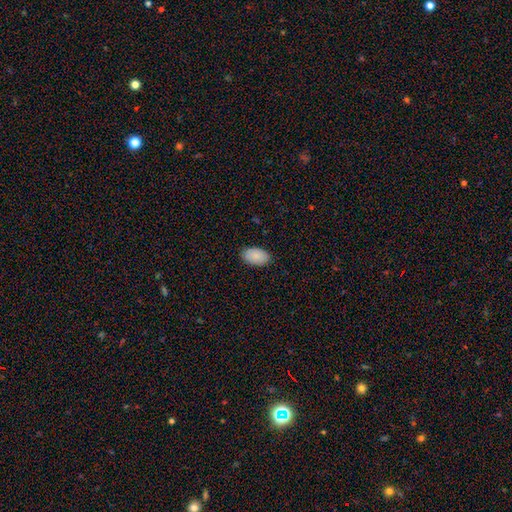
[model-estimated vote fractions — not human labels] A smooth galaxy with no disk features (88%) that is in between round and cigar-shaped (94%).

Vote fractions:
- Smooth or featured? smooth: 88% / featured or disk: 6% / star or artifact: 6%
- How rounded? in between: 94% / round: 5% / cigar-shaped: 1%
- Merging? none: 87% / minor disturbance: 10% / major disturbance: 2% / merger: 1%